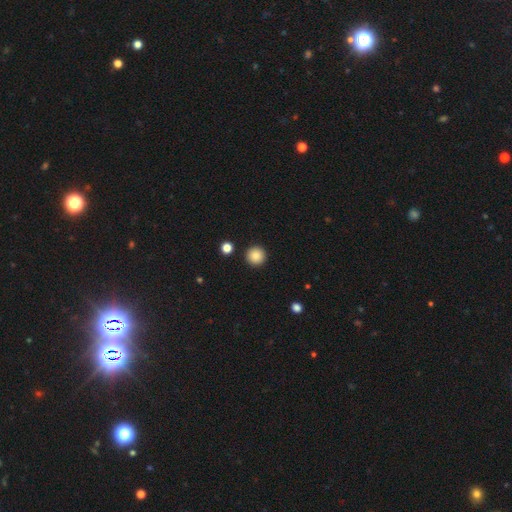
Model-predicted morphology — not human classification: Smooth or featured? Predicted: smooth (p=0.87). How rounded? Predicted: round (p=0.96). Merging? Predicted: none (p=0.93).